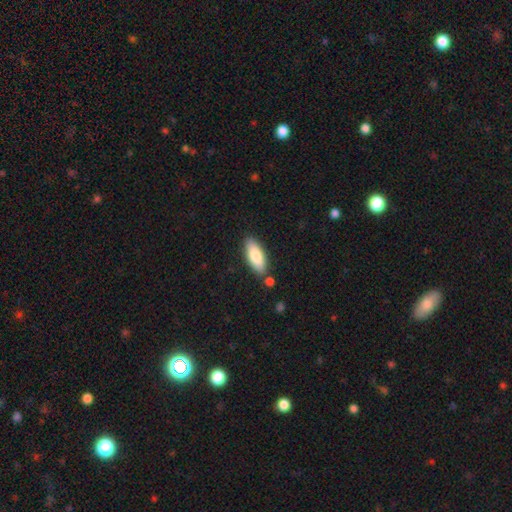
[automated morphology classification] Smooth or featured? smooth (80%)
How rounded? in between (75%)
Merging? none (81%)